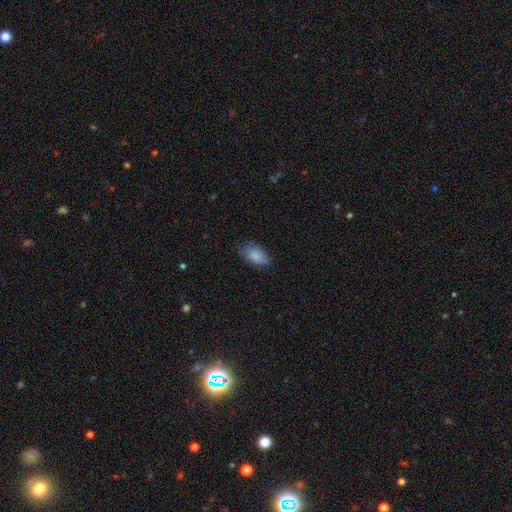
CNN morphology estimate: Q: Smooth or featured?
A: smooth (84%); runner-up: featured or disk (8%)
Q: How rounded?
A: in between (92%); runner-up: round (5%)
Q: Merging?
A: none (65%); runner-up: minor disturbance (27%)